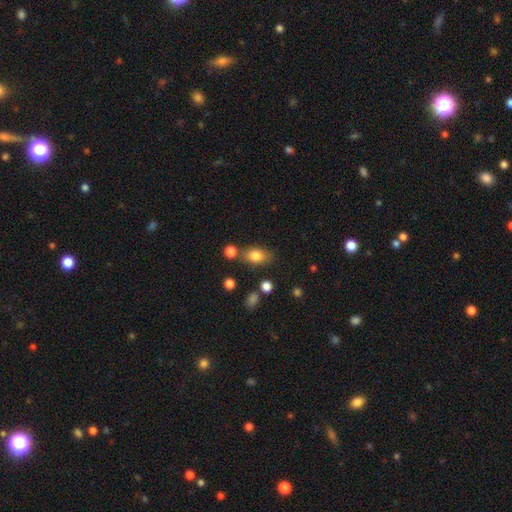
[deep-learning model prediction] smooth_or_featured: smooth (p=0.81) [alt: star or artifact p=0.10]
how_rounded: in between (p=0.78) [alt: round p=0.20]
merging: none (p=0.70) [alt: minor disturbance p=0.15]